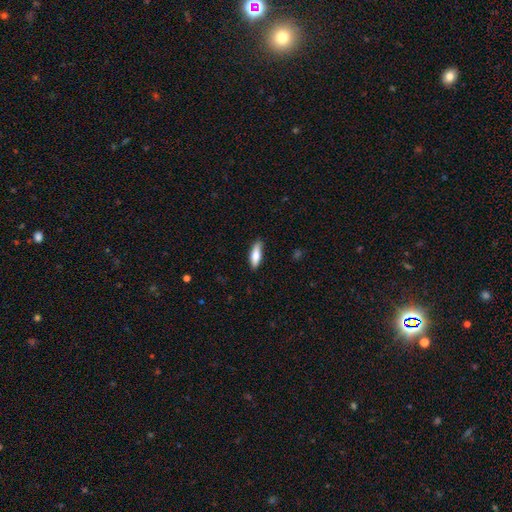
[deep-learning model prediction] smooth 75%, featured or disk 19%, star or artifact 6%. Down the decision tree: how rounded — in between (50%); merging — none (81%).